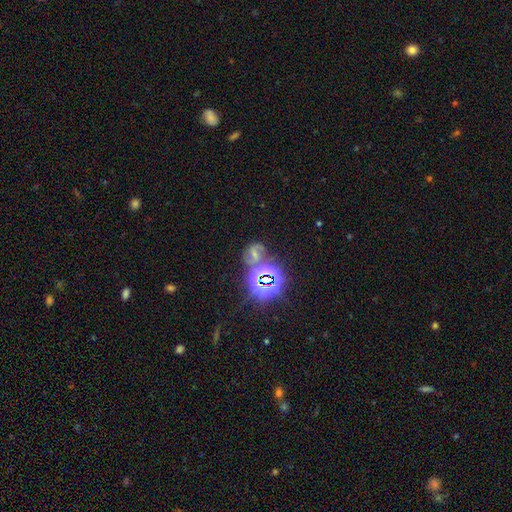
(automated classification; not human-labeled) A star or artifact, not a galaxy (52%).

Vote fractions:
- Smooth or featured? star or artifact: 52% / featured or disk: 25% / smooth: 23%